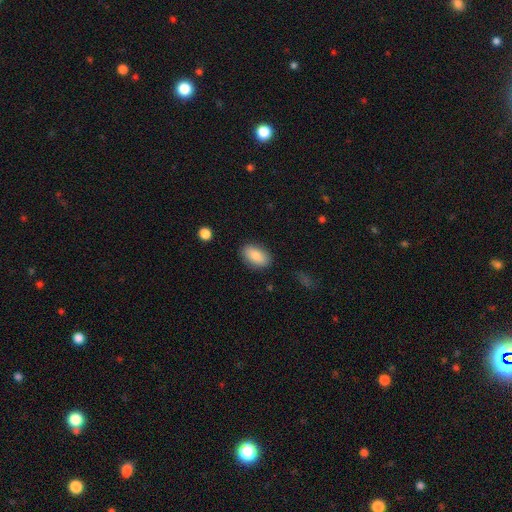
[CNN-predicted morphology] Q: Smooth or featured?
A: smooth (83%); runner-up: featured or disk (10%)
Q: How rounded?
A: in between (91%); runner-up: round (7%)
Q: Merging?
A: none (85%); runner-up: minor disturbance (11%)